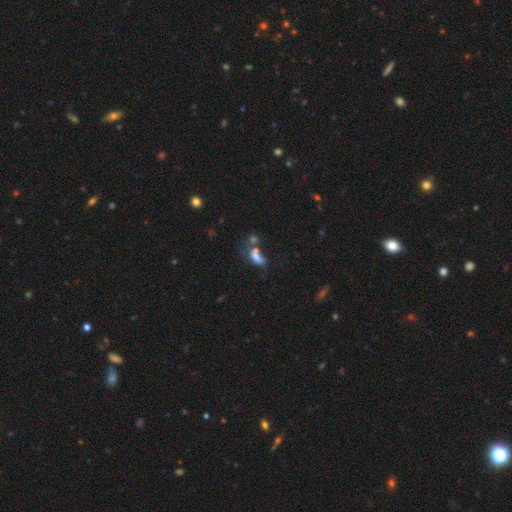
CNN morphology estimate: Overall: smooth (63%). How rounded: in between (76%). Merging: merger (44%; none 24%).